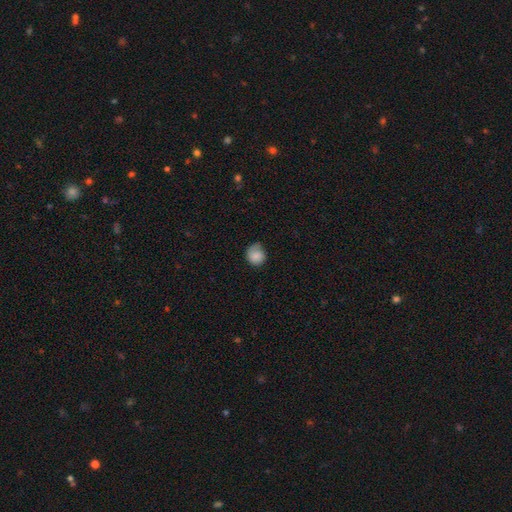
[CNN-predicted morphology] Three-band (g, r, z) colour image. It shows a smooth galaxy with no disk features (77%) that is round (77%). Merging: none (53%).